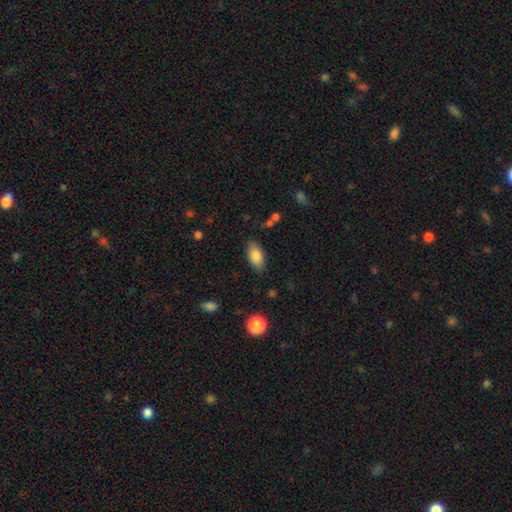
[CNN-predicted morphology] Smooth or featured? smooth (82%)
How rounded? in between (92%)
Merging? none (85%)